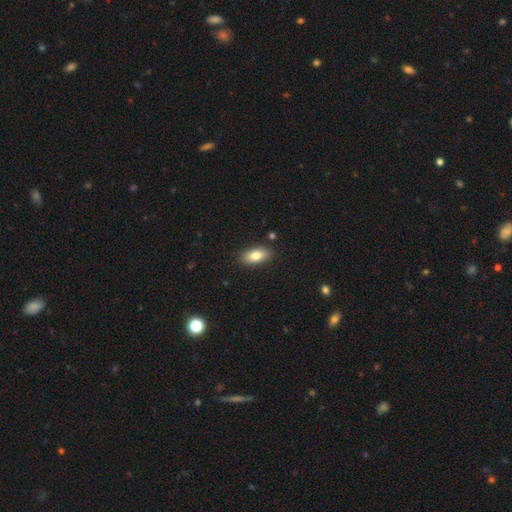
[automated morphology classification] Overall: smooth (81%). How rounded: in between (88%). Merging: none (87%).